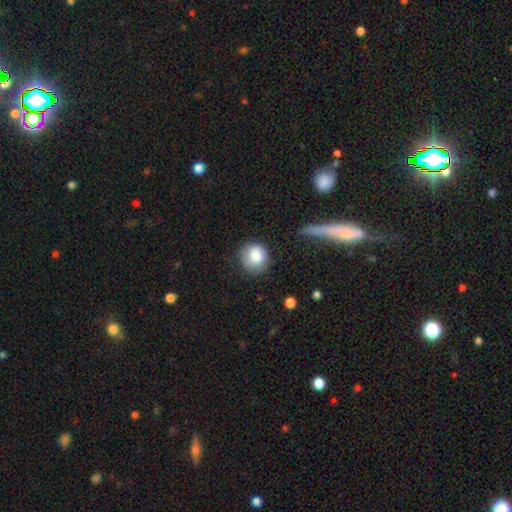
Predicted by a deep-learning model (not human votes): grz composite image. It shows a smooth galaxy with no disk features (84%) that is round (86%). Merging: none (70%).